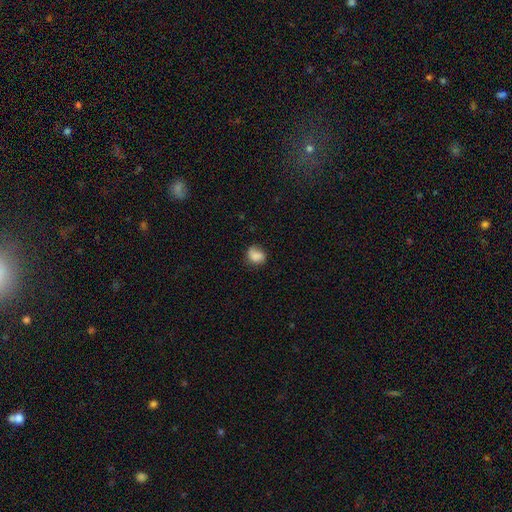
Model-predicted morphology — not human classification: A smooth galaxy with no disk features (79%) that is in between round and cigar-shaped (52%). Merging: none (54%).